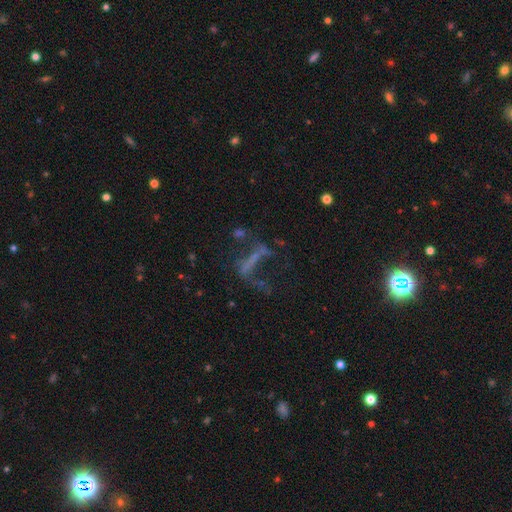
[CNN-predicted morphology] Smooth or featured? featured or disk (45%)
Merging? none (38%)